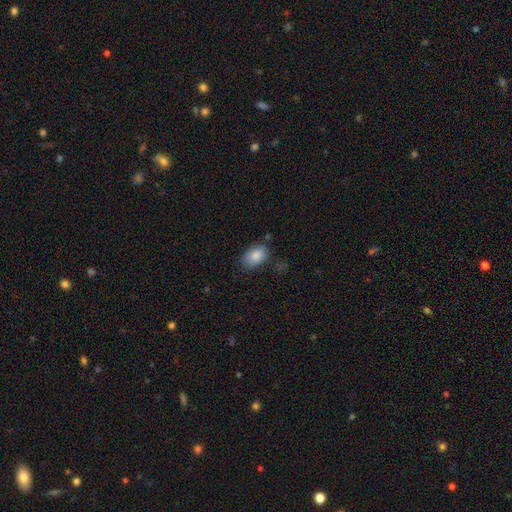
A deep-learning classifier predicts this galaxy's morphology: smooth-or-featured: smooth: 86% | star or artifact: 7% | featured or disk: 7%
  how-rounded: in between: 88% | round: 11% | cigar-shaped: 1%
  merging: none: 70% | minor disturbance: 21% | major disturbance: 5% | merger: 4%